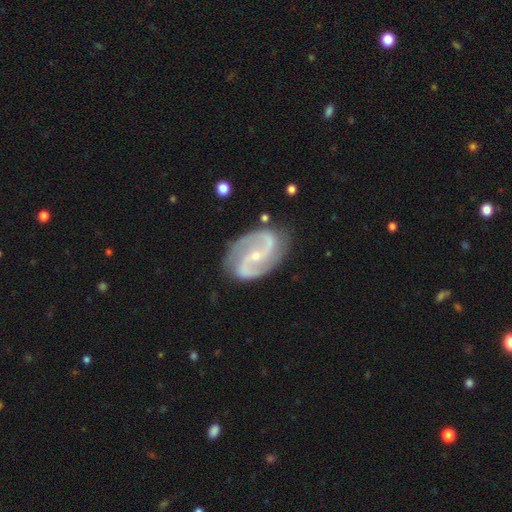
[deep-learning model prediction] Smooth or featured?
  - featured or disk: 91% *
  - star or artifact: 5%
  - smooth: 4%
Edge-on disk?
  - no: 97% *
  - yes: 3%
Bar?
  - no: 39% *
  - weak: 35%
  - strong: 26%
Spiral arms?
  - yes: 98% *
  - no: 2%
Spiral winding?
  - medium: 53% *
  - loose: 25%
  - tight: 21%
Spiral arm count?
  - 2: 92% *
  - can't tell: 2%
  - 3: 2%
  - 1: 1%
  - 4: 1%
  - more than 4: 1%
Bulge size?
  - small: 75% *
  - moderate: 22%
  - none: 1%
  - large: 1%
  - dominant: 1%
Merging?
  - none: 81% *
  - minor disturbance: 13%
  - major disturbance: 4%
  - merger: 2%